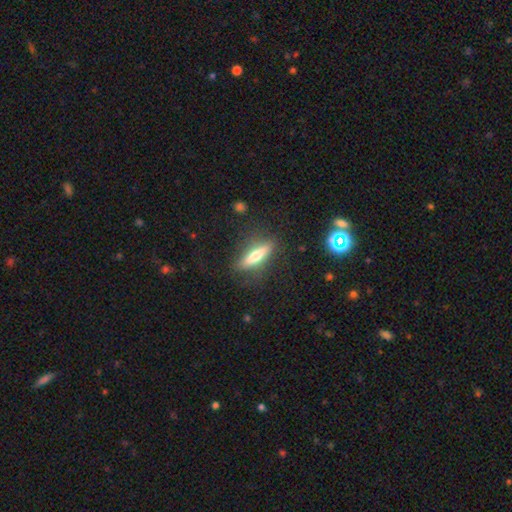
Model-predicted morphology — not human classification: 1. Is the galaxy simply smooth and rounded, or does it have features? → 51% smooth, 42% featured or disk, 7% star or artifact.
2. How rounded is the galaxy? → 75% cigar-shaped, 23% in between, 2% round.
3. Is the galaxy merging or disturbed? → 81% none, 12% minor disturbance, 5% major disturbance, 2% merger.